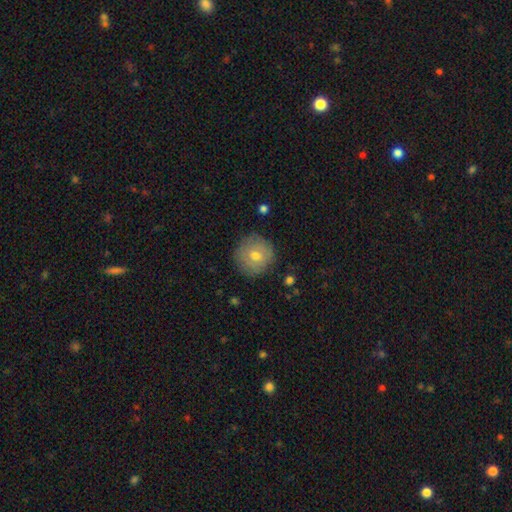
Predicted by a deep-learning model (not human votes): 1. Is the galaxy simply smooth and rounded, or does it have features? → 69% smooth, 21% featured or disk, 9% star or artifact.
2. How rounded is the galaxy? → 94% round, 5% in between, 1% cigar-shaped.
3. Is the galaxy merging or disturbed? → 86% none, 10% minor disturbance, 3% major disturbance, 1% merger.